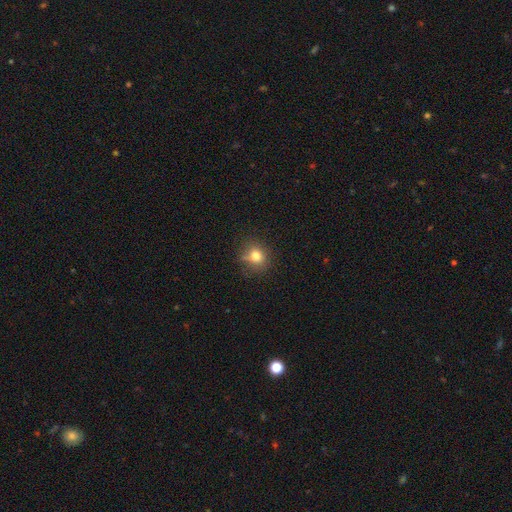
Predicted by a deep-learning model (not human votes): A smooth galaxy with no disk features (75%) that is round (74%).

Vote fractions:
- Smooth or featured? smooth: 75% / star or artifact: 14% / featured or disk: 11%
- How rounded? round: 74% / in between: 24% / cigar-shaped: 1%
- Merging? none: 70% / minor disturbance: 20% / major disturbance: 7% / merger: 3%